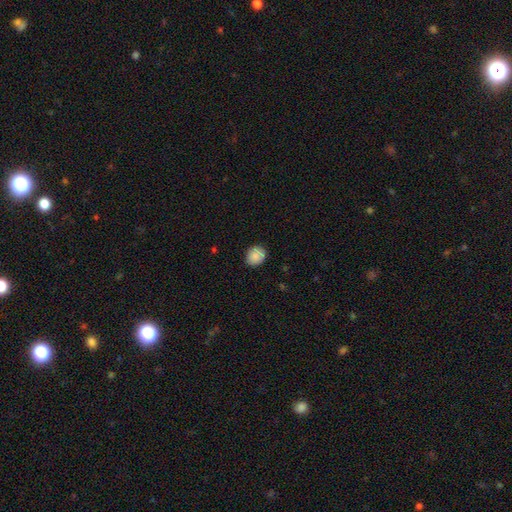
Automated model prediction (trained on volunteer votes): smooth_or_featured: smooth (p=0.87) [alt: star or artifact p=0.08]
how_rounded: round (p=0.66) [alt: in between p=0.33]
merging: none (p=0.83) [alt: minor disturbance p=0.14]